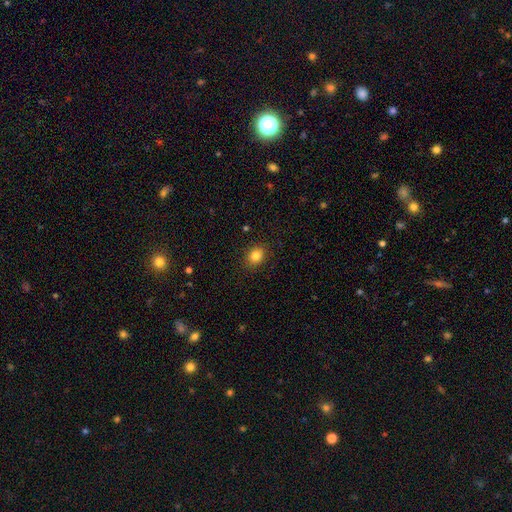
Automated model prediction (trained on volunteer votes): smooth_or_featured: smooth (p=0.84) [alt: star or artifact p=0.10]
how_rounded: round (p=0.57) [alt: in between p=0.42]
merging: none (p=0.88) [alt: minor disturbance p=0.09]